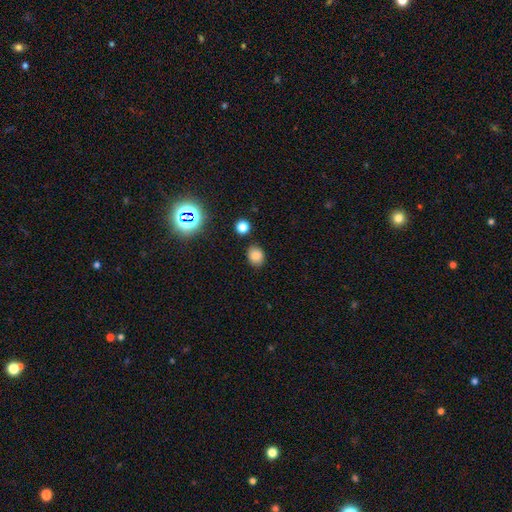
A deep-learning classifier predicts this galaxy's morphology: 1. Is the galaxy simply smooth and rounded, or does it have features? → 81% smooth, 14% star or artifact, 6% featured or disk.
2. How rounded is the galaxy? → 60% round, 39% in between, 1% cigar-shaped.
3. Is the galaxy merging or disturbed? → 85% none, 10% minor disturbance, 3% merger, 3% major disturbance.